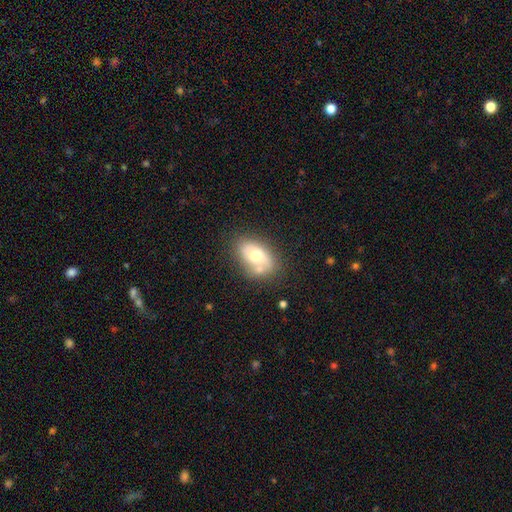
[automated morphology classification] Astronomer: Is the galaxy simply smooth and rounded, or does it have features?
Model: smooth — 57% (runner-up: featured or disk, 35%).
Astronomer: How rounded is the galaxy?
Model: in between — 84%.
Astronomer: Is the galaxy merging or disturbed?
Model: none — 54%.